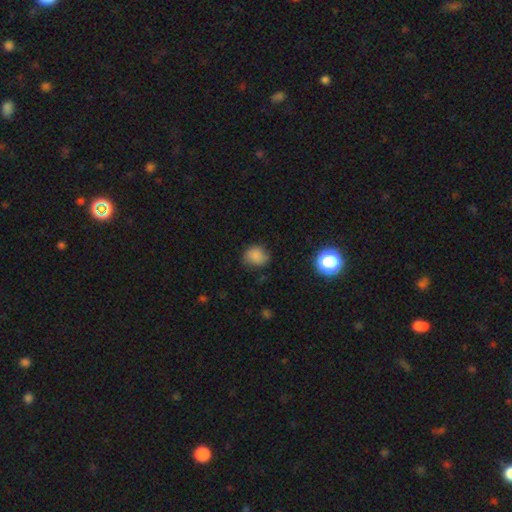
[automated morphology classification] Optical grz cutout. It shows a smooth galaxy with no disk features (80%) that is round (71%). Merging: none (71%).